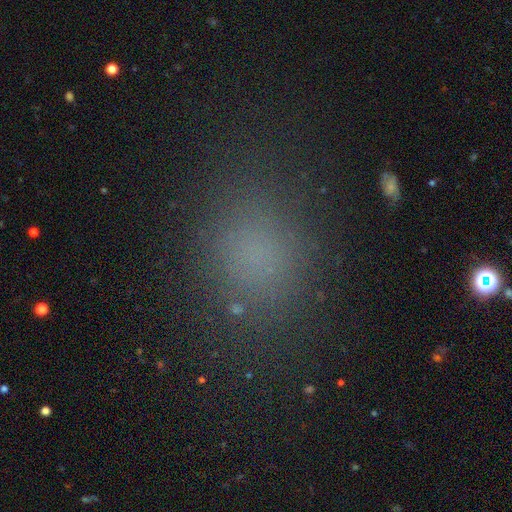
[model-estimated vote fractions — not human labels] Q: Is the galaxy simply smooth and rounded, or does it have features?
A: smooth — 73%.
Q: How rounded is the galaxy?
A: round — 52%.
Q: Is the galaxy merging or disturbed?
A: none — 81%.